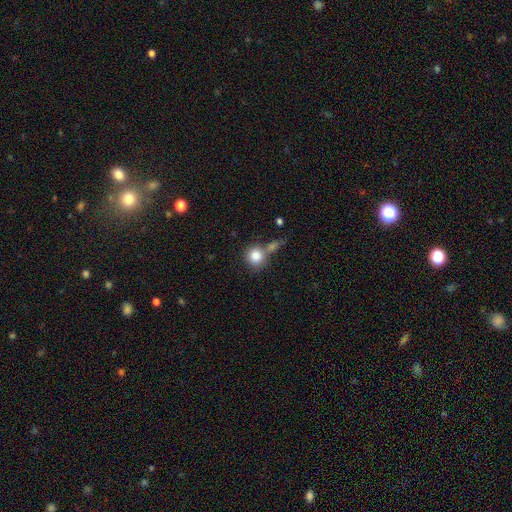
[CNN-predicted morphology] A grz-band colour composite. It shows a smooth galaxy with no disk features (83%) that is round (88%). Merging: none (53%).